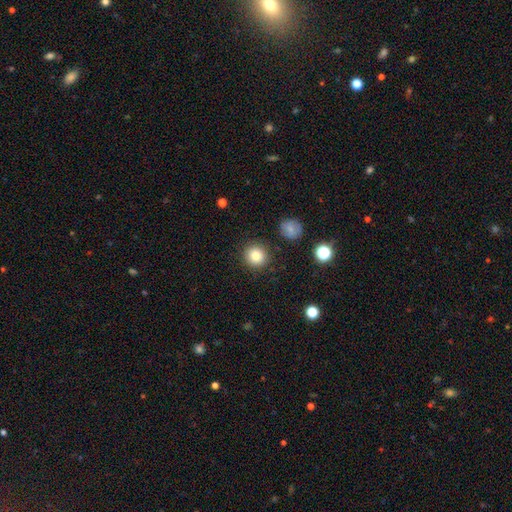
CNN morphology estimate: Smooth or featured? smooth (82%)
How rounded? round (93%)
Merging? none (89%)